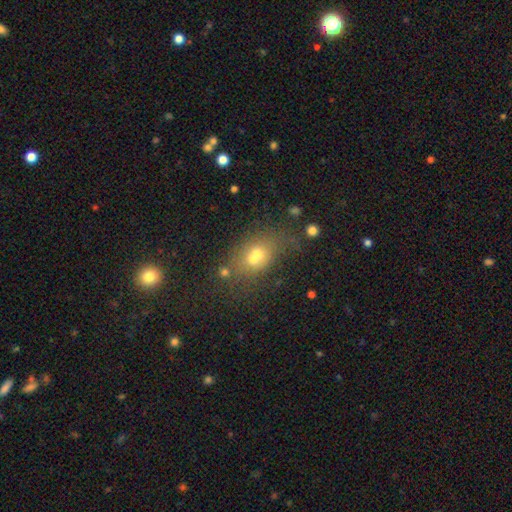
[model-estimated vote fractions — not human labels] smooth-or-featured: smooth: 57% | featured or disk: 24% | star or artifact: 19%
  how-rounded: in between: 62% | round: 35% | cigar-shaped: 3%
  merging: merger: 50% | none: 32% | minor disturbance: 11% | major disturbance: 7%